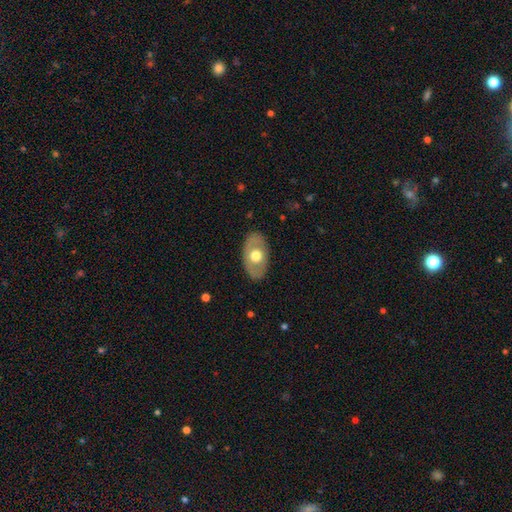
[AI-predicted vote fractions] Smooth or featured? smooth (52%)
How rounded? in between (87%)
Merging? none (83%)